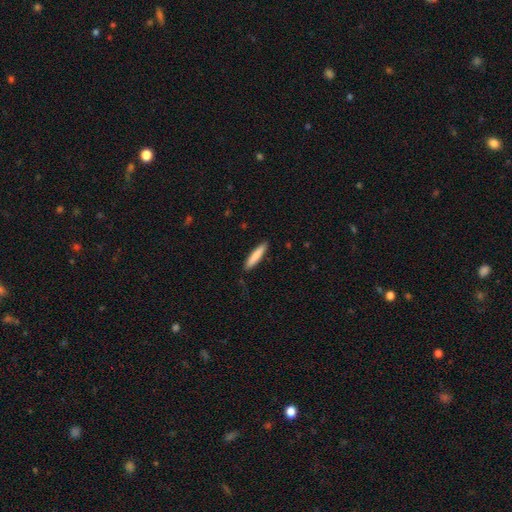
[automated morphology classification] This appears to be a smooth galaxy with no disk features (81%) that is cigar-shaped (90%). Merging: none (89%).